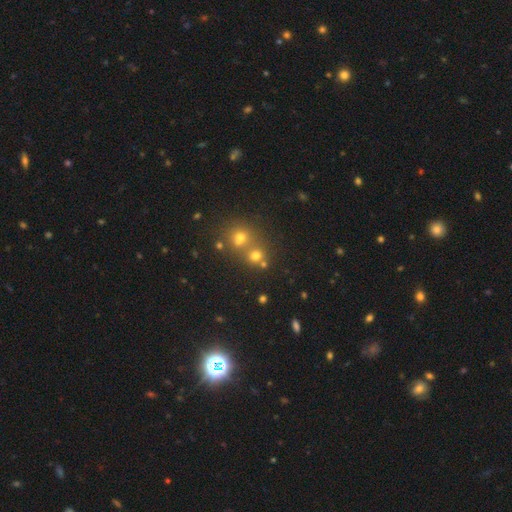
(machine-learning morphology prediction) This is likely a smooth galaxy (67%). How rounded: clearly round (82%). Merging: possibly none (49%).